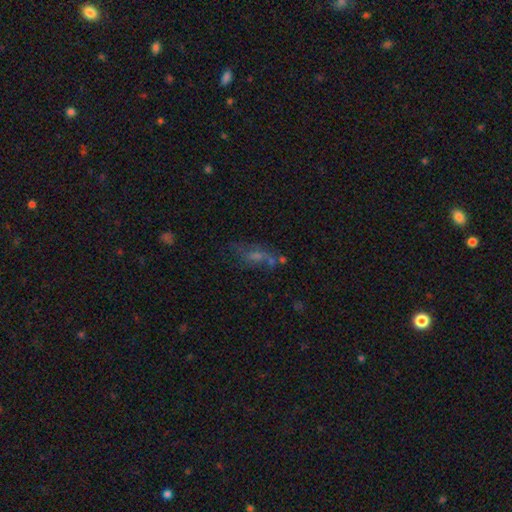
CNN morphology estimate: Smooth or featured?
  - featured or disk: 40% *
  - smooth: 36%
  - star or artifact: 24%
Merging?
  - none: 48% *
  - minor disturbance: 20%
  - major disturbance: 19%
  - merger: 12%